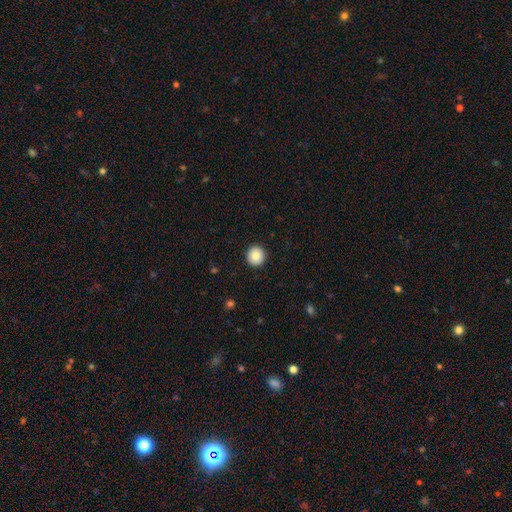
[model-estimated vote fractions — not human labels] Morphology: type=smooth (81%); roundness=round (95%); merging=none (93%).